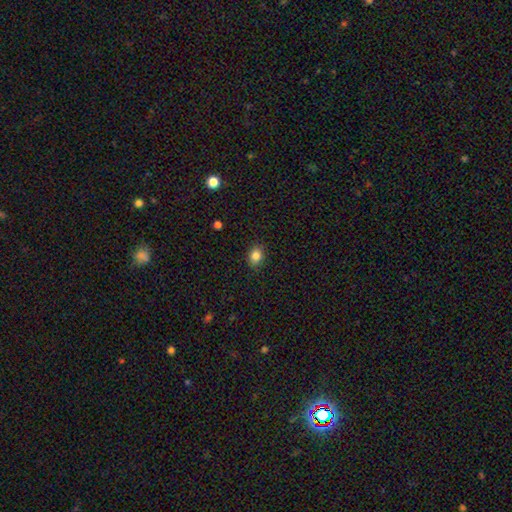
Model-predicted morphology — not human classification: Q: Smooth or featured?
A: smooth (84%); runner-up: star or artifact (10%)
Q: How rounded?
A: in between (59%); runner-up: round (40%)
Q: Merging?
A: none (87%); runner-up: minor disturbance (9%)